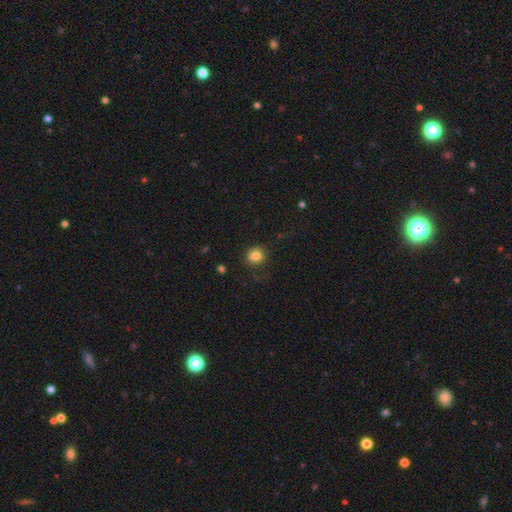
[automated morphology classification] smooth-or-featured: smooth: 80% | star or artifact: 12% | featured or disk: 8%
  how-rounded: round: 84% | in between: 15% | cigar-shaped: 1%
  merging: none: 68% | minor disturbance: 18% | major disturbance: 8% | merger: 6%